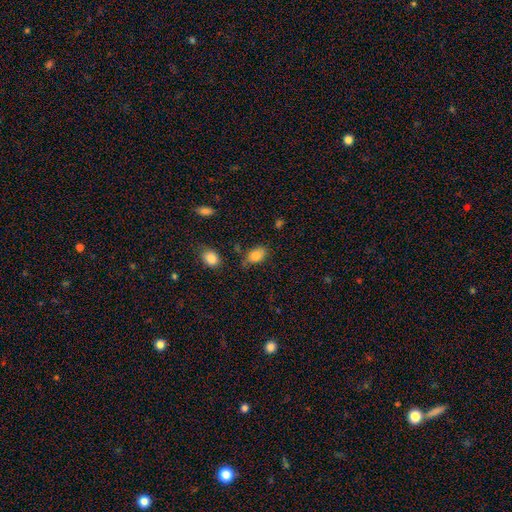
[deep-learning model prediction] Morphology: type=smooth (83%); roundness=in between (87%); merging=none (66%).